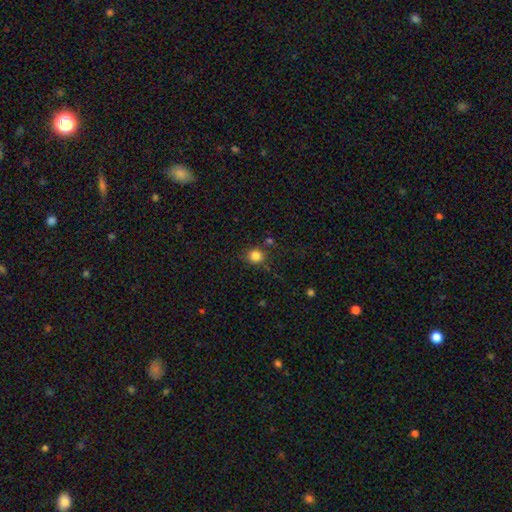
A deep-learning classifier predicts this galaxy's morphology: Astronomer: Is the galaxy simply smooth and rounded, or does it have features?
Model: smooth — 83%.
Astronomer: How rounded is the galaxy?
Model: round — 86%.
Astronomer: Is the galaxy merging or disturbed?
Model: none — 77%.